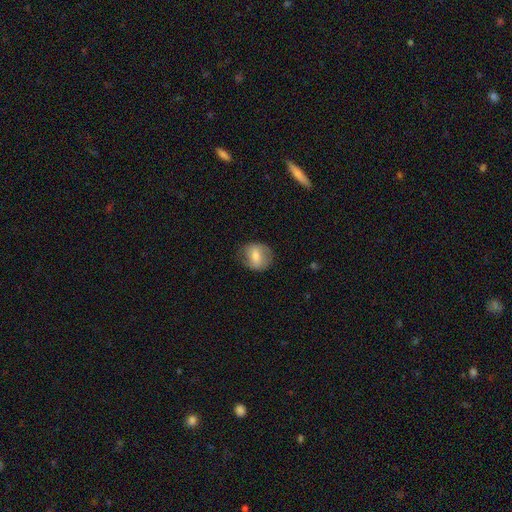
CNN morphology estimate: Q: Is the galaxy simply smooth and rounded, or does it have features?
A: smooth — 57%.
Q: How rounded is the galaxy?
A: round — 61%.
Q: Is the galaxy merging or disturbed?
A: none — 74%.